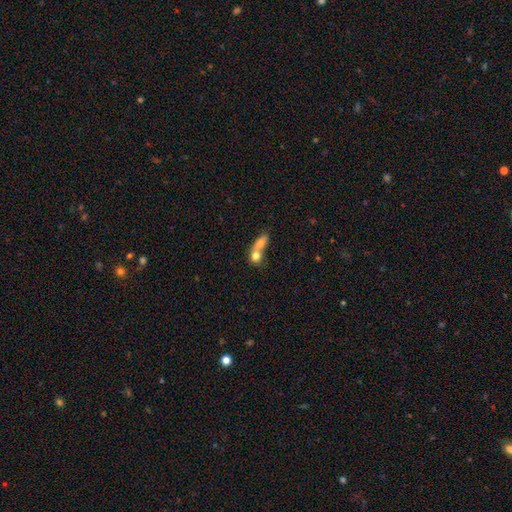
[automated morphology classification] Smooth or featured?
  - smooth: 72% *
  - featured or disk: 19%
  - star or artifact: 9%
How rounded?
  - round: 49% *
  - in between: 43%
  - cigar-shaped: 8%
Merging?
  - merger: 73% *
  - none: 16%
  - minor disturbance: 6%
  - major disturbance: 5%